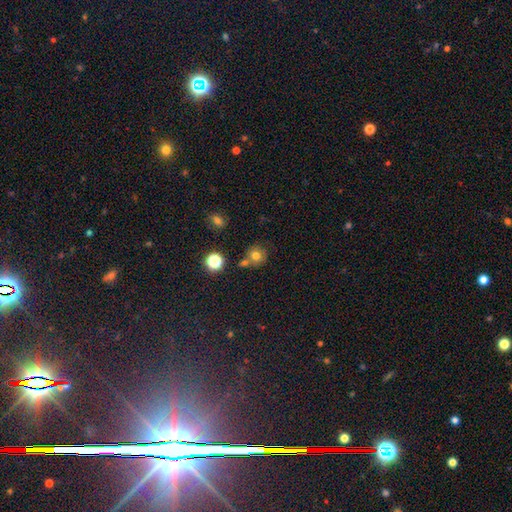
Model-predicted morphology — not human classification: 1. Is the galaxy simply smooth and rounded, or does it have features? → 73% smooth, 15% star or artifact, 12% featured or disk.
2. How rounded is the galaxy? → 87% round, 12% in between, 1% cigar-shaped.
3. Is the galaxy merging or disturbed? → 60% none, 25% merger, 12% minor disturbance, 4% major disturbance.